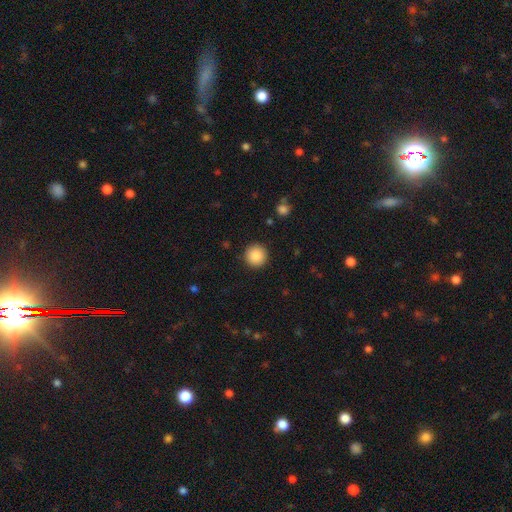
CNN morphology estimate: A smooth galaxy with no disk features (88%) that is round (96%). Merging: none (92%).